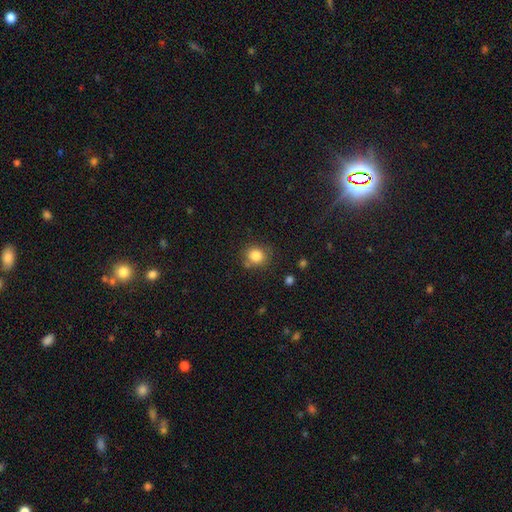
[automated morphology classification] smooth 84%, star or artifact 11%, featured or disk 6%. Down the decision tree: how rounded — round (83%); merging — none (76%).